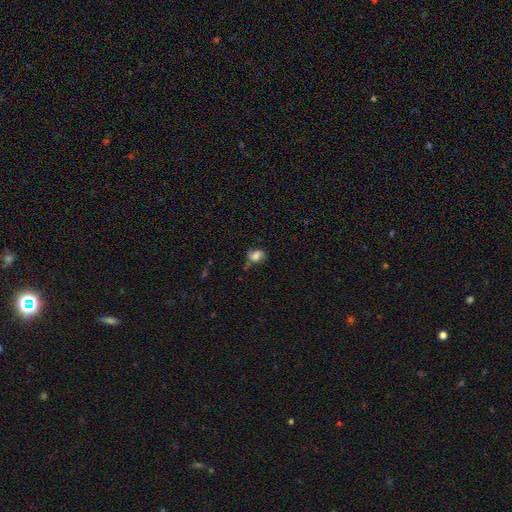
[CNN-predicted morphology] type=smooth (70%); roundness=in between (62%); merging=none (51%).